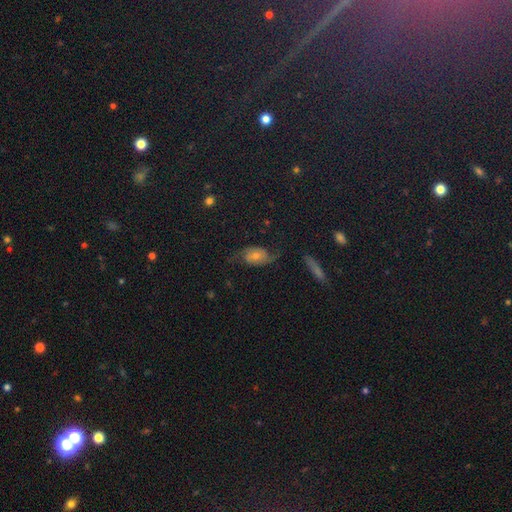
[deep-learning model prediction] smooth_or_featured: featured or disk (p=0.59) [alt: smooth p=0.27]
disk_edge_on: no (p=0.93) [alt: yes p=0.07]
bar: no (p=0.72) [alt: weak p=0.21]
has_spiral_arms: yes (p=0.84) [alt: no p=0.16]
bulge_size: moderate (p=0.50) [alt: small p=0.41]
merging: none (p=0.60) [alt: minor disturbance p=0.21]